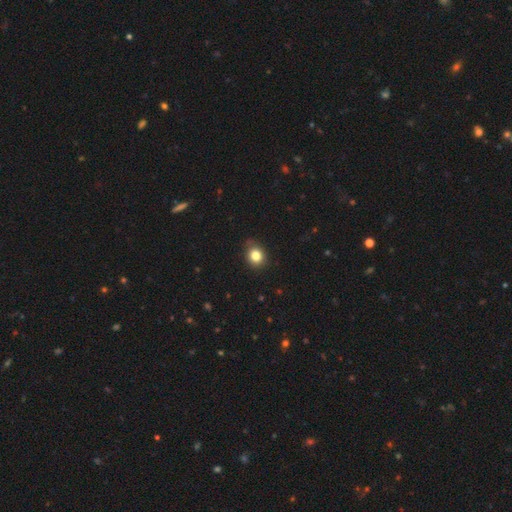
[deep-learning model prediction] The model was most divided on "how rounded": round: 66%, in between: 33%, cigar-shaped: 1%. More confident: smooth or featured — smooth (83%); merging — none (80%).